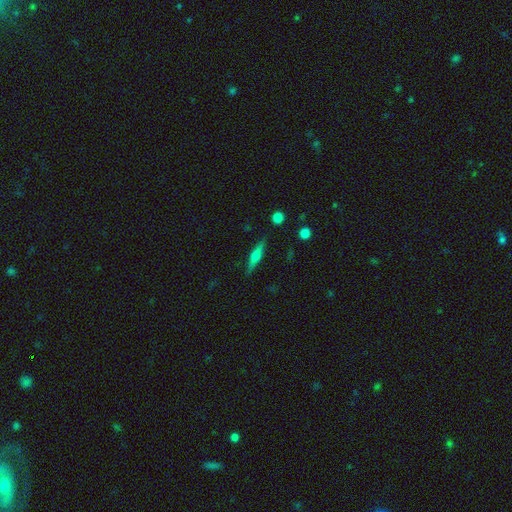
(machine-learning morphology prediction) A featured or disk galaxy (54%) viewed edge-on (96%) with a rounded central bulge (83%). Merging: none (87%).